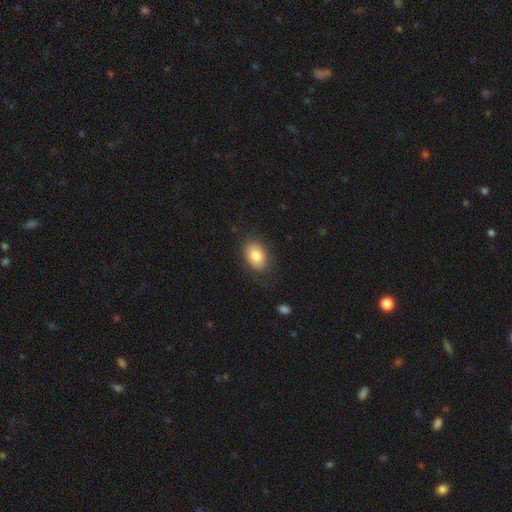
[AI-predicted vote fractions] smooth-or-featured: smooth: 81% | featured or disk: 12% | star or artifact: 7%
  how-rounded: in between: 82% | round: 16% | cigar-shaped: 1%
  merging: none: 80% | minor disturbance: 14% | major disturbance: 5% | merger: 1%